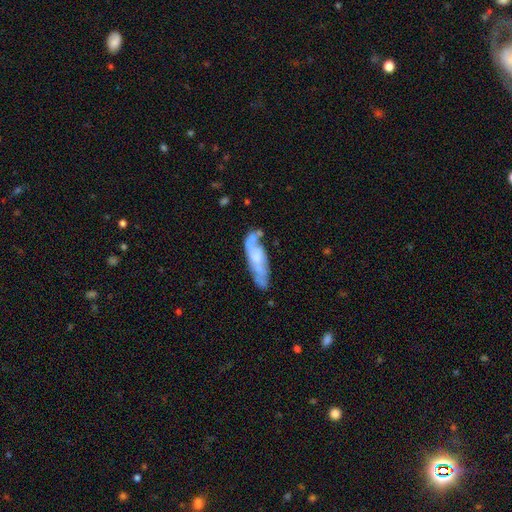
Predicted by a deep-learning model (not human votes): This is likely a featured or disk galaxy (61%). It is likely not viewed edge-on (73%). Merging: possibly none (59%).